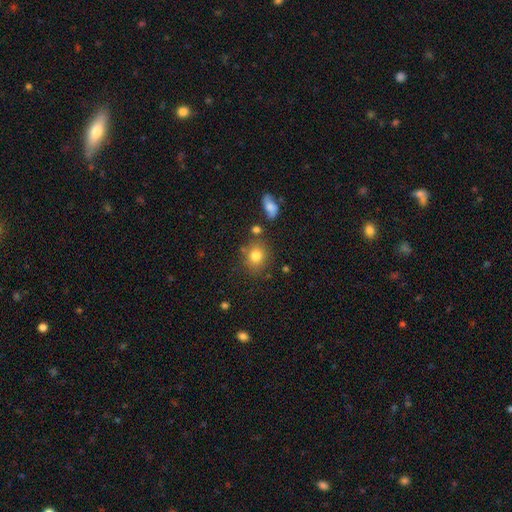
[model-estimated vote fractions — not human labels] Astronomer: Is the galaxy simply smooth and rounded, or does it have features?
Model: smooth — 79%.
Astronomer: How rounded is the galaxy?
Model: round — 72%.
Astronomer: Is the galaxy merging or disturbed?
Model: none — 76%.